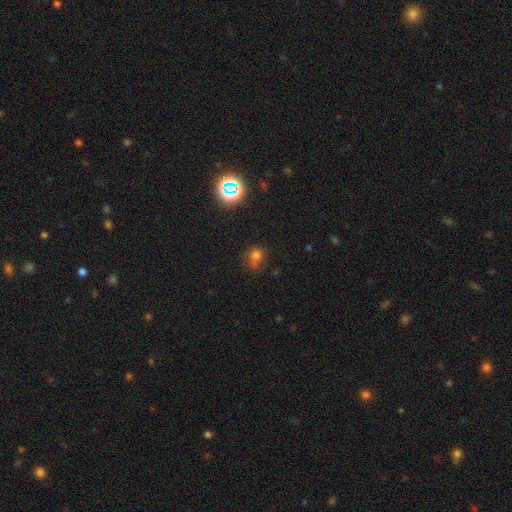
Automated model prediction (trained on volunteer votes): Smooth or featured: smooth — 64% (star or artifact — 26%)
How rounded: round — 72% (in between — 27%)
Merging: none — 52% (minor disturbance — 23%)